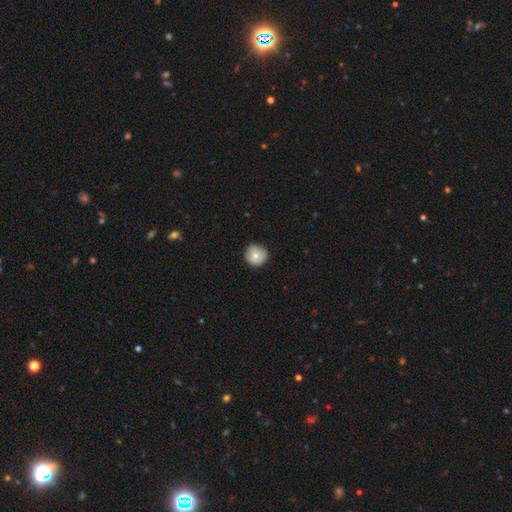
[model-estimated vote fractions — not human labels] A smooth galaxy with no disk features (76%) that is round (93%).

Vote fractions:
- Smooth or featured? smooth: 76% / featured or disk: 15% / star or artifact: 8%
- How rounded? round: 93% / in between: 6% / cigar-shaped: 1%
- Merging? none: 83% / minor disturbance: 14% / major disturbance: 2% / merger: 1%